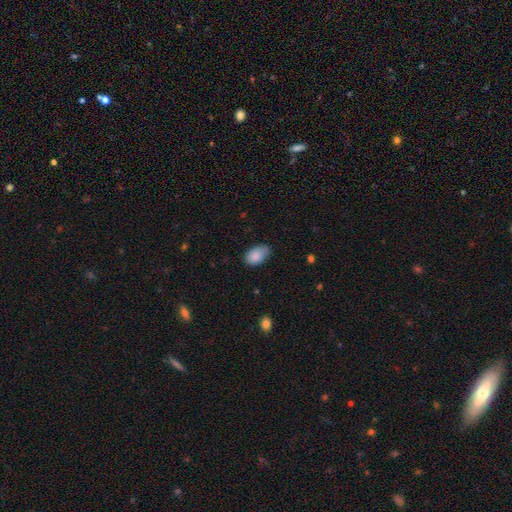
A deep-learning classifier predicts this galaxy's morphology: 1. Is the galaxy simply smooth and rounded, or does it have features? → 88% smooth, 7% star or artifact, 5% featured or disk.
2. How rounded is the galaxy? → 91% in between, 7% round, 1% cigar-shaped.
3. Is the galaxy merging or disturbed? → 66% none, 29% minor disturbance, 4% major disturbance, 1% merger.